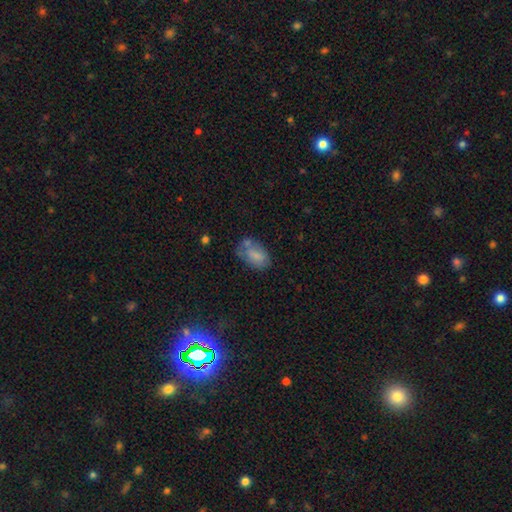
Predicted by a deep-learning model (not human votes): smooth 74%, featured or disk 18%, star or artifact 8%. Down the decision tree: how rounded — in between (90%); merging — none (46%).